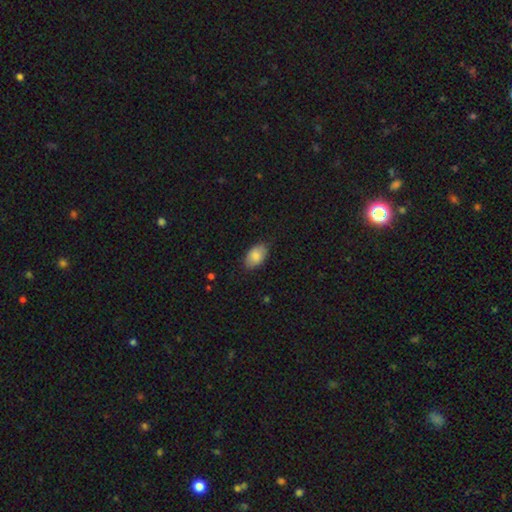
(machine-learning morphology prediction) A smooth galaxy with no disk features (85%) that is in between round and cigar-shaped (91%).

Vote fractions:
- Smooth or featured? smooth: 85% / featured or disk: 8% / star or artifact: 7%
- How rounded? in between: 91% / round: 8% / cigar-shaped: 1%
- Merging? none: 78% / minor disturbance: 18% / major disturbance: 3% / merger: 1%